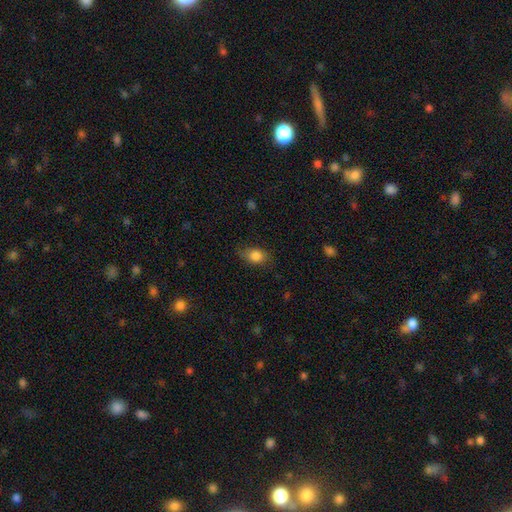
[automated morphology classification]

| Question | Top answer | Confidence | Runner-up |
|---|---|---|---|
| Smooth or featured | smooth | 83% | featured or disk (9%) |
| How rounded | in between | 76% | round (22%) |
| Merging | none | 70% | minor disturbance (22%) |